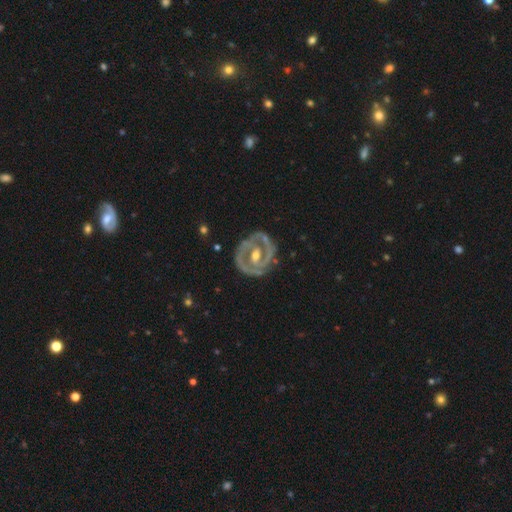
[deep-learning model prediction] Smooth or featured? featured or disk (84%)
Edge-on disk? no (96%)
Bar? weak (38%)
Spiral arms? yes (69%)
Spiral winding? tight (56%)
Spiral arm count? 2 (62%)
Bulge size? moderate (70%)
Merging? none (75%)